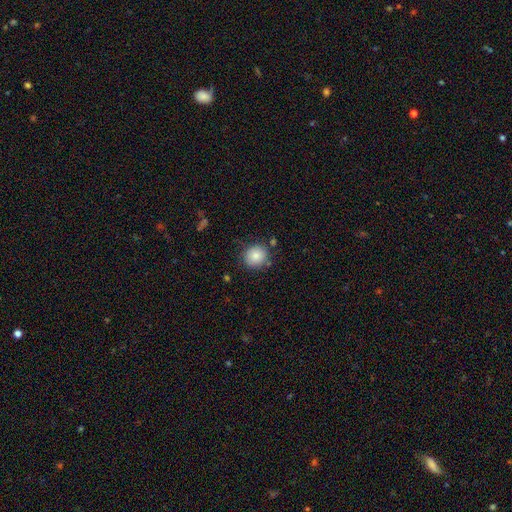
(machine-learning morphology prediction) Smooth or featured? Predicted: smooth (p=0.83). How rounded? Predicted: round (p=0.88). Merging? Predicted: none (p=0.80).